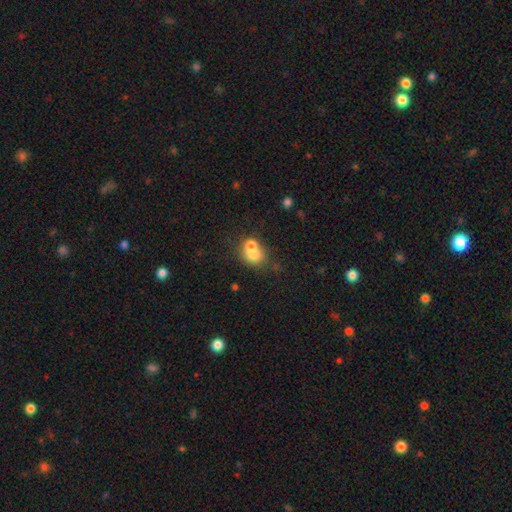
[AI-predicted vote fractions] Overall: smooth (72%). How rounded: round (69%; in between 30%). Merging: merger (55%; none 34%).